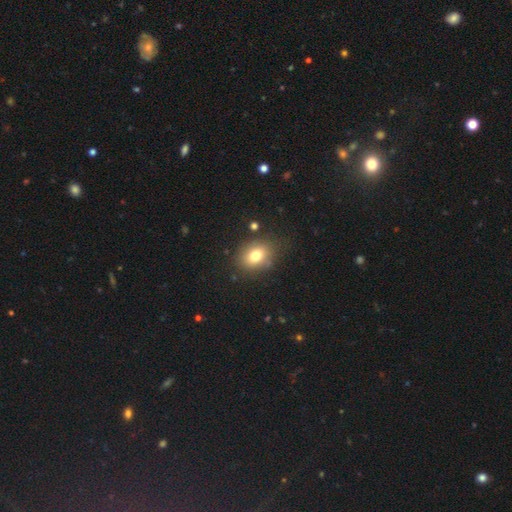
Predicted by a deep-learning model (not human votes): Smooth or featured?
  - smooth: 77% *
  - featured or disk: 12%
  - star or artifact: 12%
How rounded?
  - in between: 54% *
  - round: 44%
  - cigar-shaped: 1%
Merging?
  - none: 80% *
  - minor disturbance: 12%
  - major disturbance: 4%
  - merger: 3%